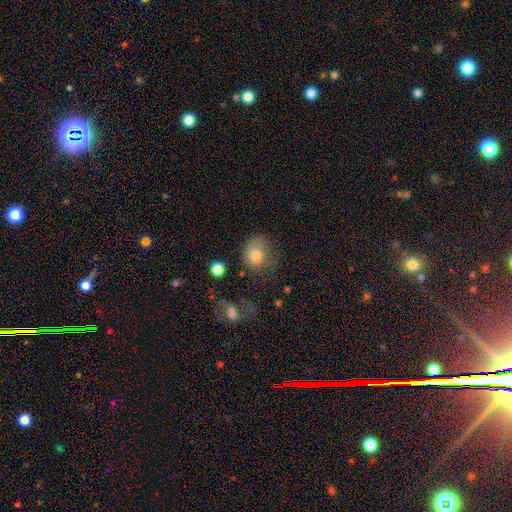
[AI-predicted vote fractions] A smooth galaxy with no disk features (71%) that is round (55%).

Vote fractions:
- Smooth or featured? smooth: 71% / featured or disk: 19% / star or artifact: 10%
- How rounded? round: 55% / in between: 44% / cigar-shaped: 1%
- Merging? none: 34% / major disturbance: 32% / minor disturbance: 28% / merger: 6%